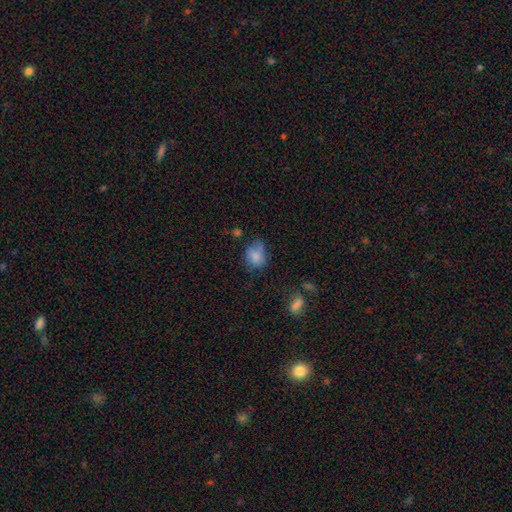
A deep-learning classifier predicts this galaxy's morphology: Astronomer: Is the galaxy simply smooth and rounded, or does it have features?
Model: smooth — 79%.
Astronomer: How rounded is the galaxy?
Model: in between — 51% (runner-up: round, 48%).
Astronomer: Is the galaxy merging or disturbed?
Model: none — 46% (runner-up: minor disturbance, 33%).